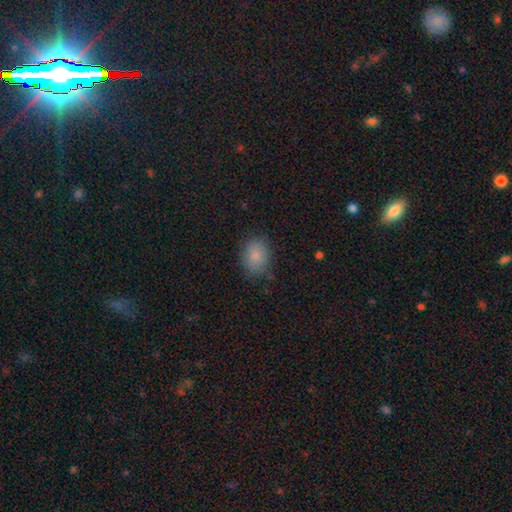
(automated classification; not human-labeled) This appears to be a smooth galaxy with no disk features (85%) that is in between round and cigar-shaped (59%). Merging: none (80%).